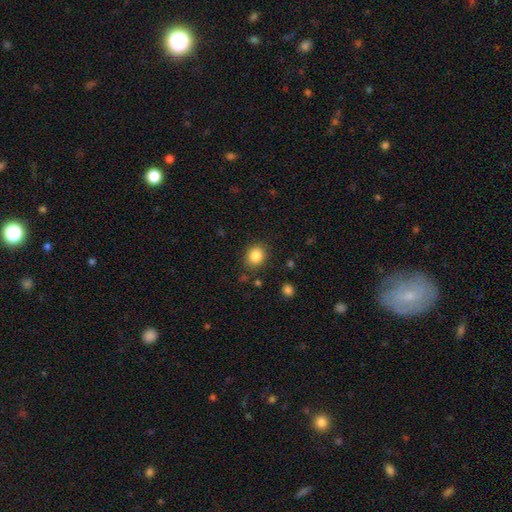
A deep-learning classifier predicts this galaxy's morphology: Overall: smooth (85%). How rounded: round (71%). Merging: none (85%).